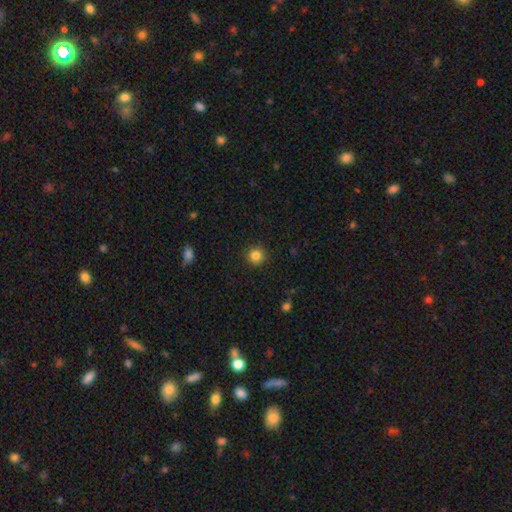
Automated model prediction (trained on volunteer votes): This is clearly a smooth galaxy (84%). How rounded: clearly round (94%). Merging: clearly none (91%).